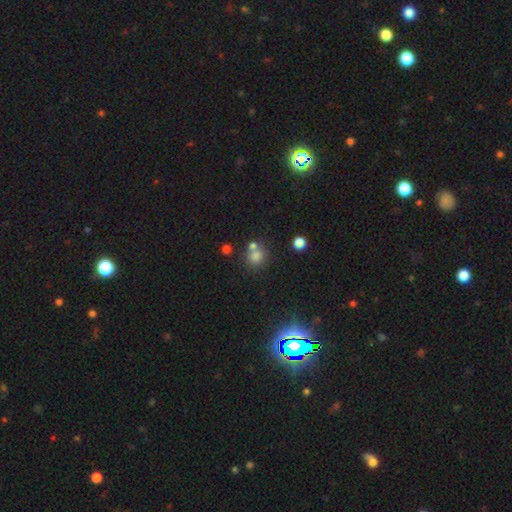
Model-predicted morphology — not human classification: Smooth or featured: smooth — 75% (star or artifact — 16%)
How rounded: round — 85% (in between — 14%)
Merging: none — 58% (merger — 30%)